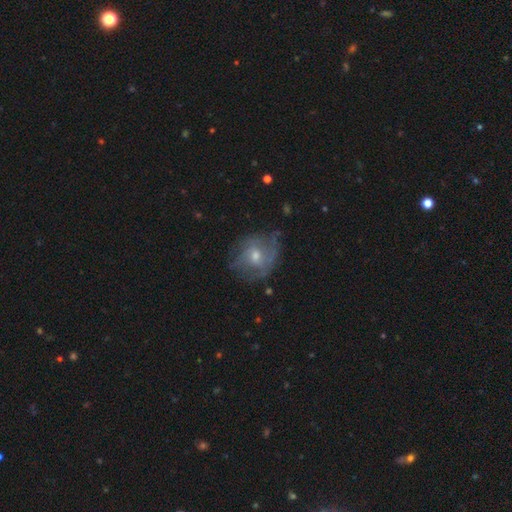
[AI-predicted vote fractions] The model was most divided on "bulge size": moderate: 56%, small: 38%, large: 3%, none: 2%, dominant: 1%. More confident: edge-on disk — no (96%); bar — no (70%); spiral arms — yes (63%); merging — none (59%); smooth or featured — featured or disk (57%).